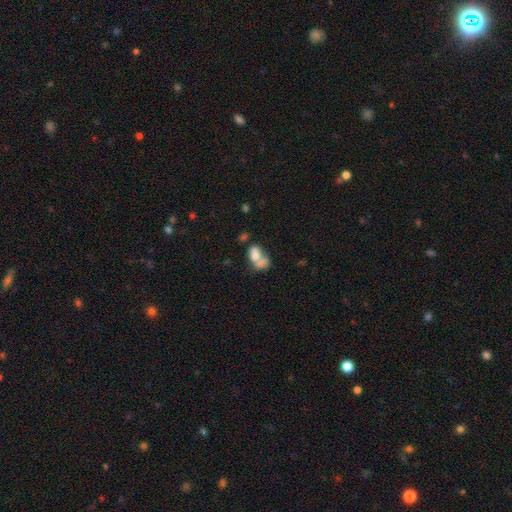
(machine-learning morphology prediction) Smooth or featured: smooth — 67% (featured or disk — 23%)
How rounded: in between — 78% (round — 20%)
Merging: merger — 62% (none — 19%)